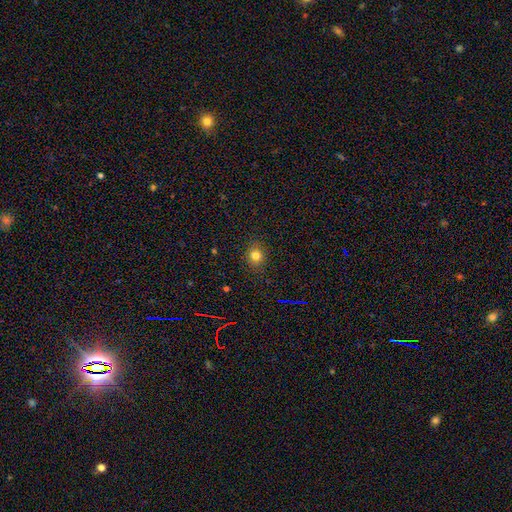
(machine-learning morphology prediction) Smooth or featured? smooth (79%)
How rounded? round (70%)
Merging? none (88%)